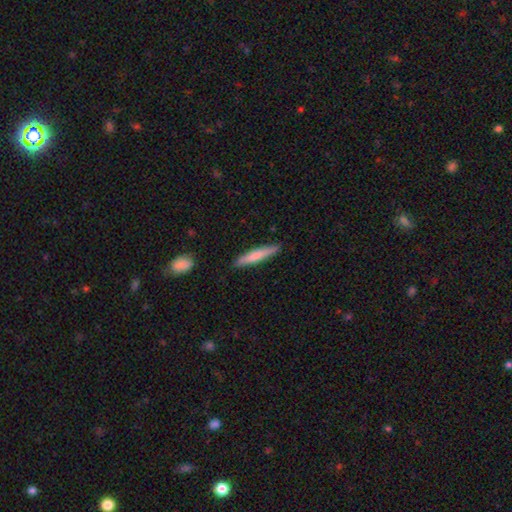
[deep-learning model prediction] A smooth galaxy with no disk features (67%) that is cigar-shaped (92%).

Vote fractions:
- Smooth or featured? smooth: 67% / featured or disk: 27% / star or artifact: 5%
- How rounded? cigar-shaped: 92% / in between: 6% / round: 1%
- Merging? none: 89% / minor disturbance: 8% / major disturbance: 2% / merger: 1%